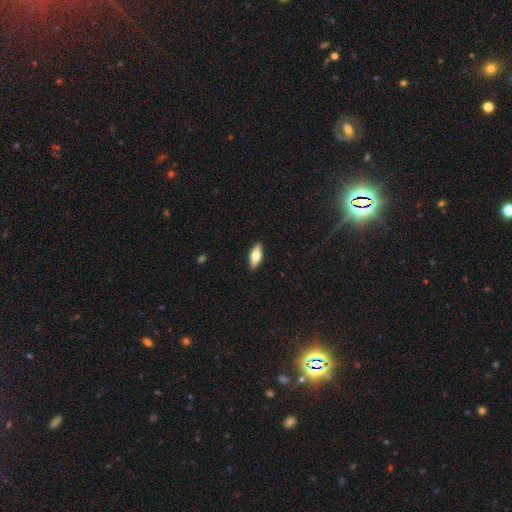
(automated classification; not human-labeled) Overall: smooth (65%; featured or disk 29%). How rounded: in between (78%). Merging: none (90%).